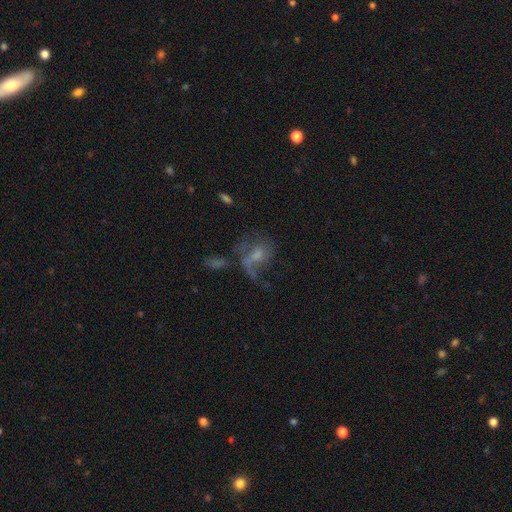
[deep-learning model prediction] Smooth or featured?
  - featured or disk: 57% *
  - smooth: 30%
  - star or artifact: 14%
Edge-on disk?
  - no: 97% *
  - yes: 3%
Bar?
  - no: 60% *
  - weak: 34%
  - strong: 7%
Spiral arms?
  - yes: 63% *
  - no: 37%
Bulge size?
  - moderate: 38% *
  - small: 33%
  - none: 20%
  - large: 7%
  - dominant: 2%
Merging?
  - major disturbance: 40% *
  - none: 28%
  - merger: 16%
  - minor disturbance: 16%